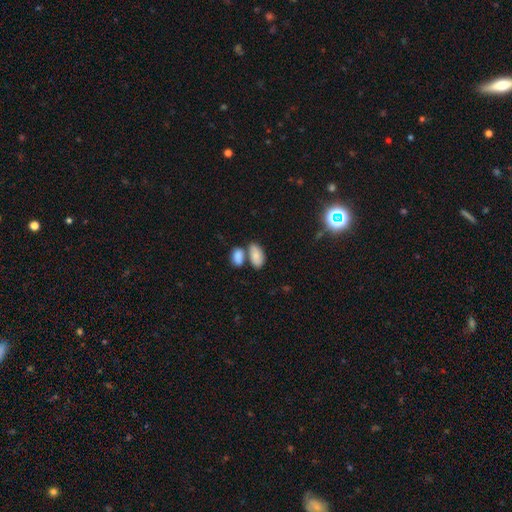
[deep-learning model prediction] Q: Smooth or featured?
A: smooth (80%); runner-up: featured or disk (12%)
Q: How rounded?
A: in between (93%); runner-up: round (5%)
Q: Merging?
A: merger (46%); runner-up: none (37%)